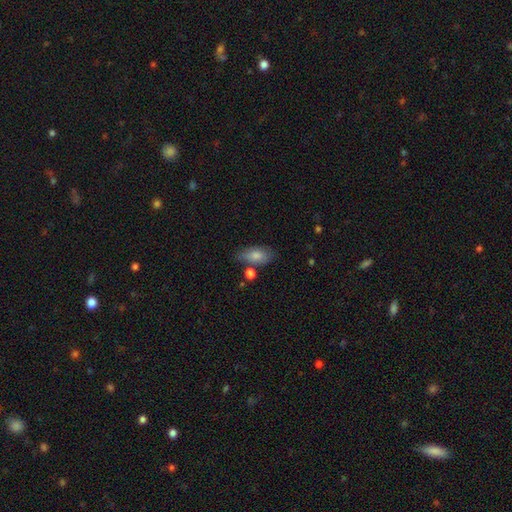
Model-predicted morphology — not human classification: smooth-or-featured: smooth: 78% | featured or disk: 15% | star or artifact: 7%
  how-rounded: in between: 89% | cigar-shaped: 7% | round: 4%
  merging: none: 62% | minor disturbance: 21% | merger: 10% | major disturbance: 6%